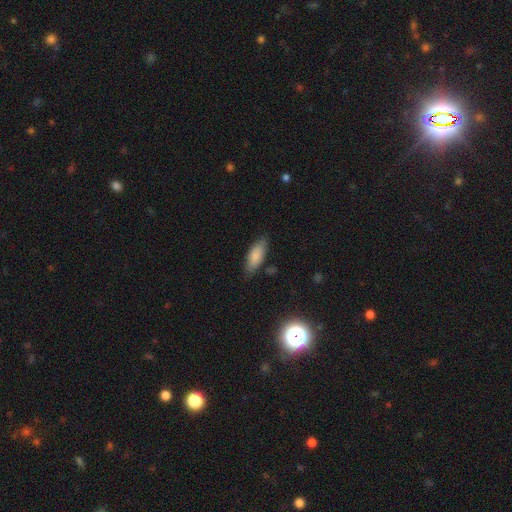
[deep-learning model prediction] Morphology: type=smooth (83%); roundness=in between (75%); merging=none (78%).